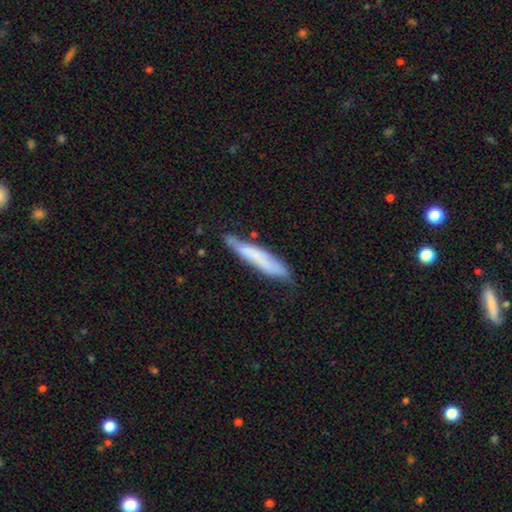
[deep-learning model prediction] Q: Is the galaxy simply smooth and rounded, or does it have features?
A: smooth — 63%.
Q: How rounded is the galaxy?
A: cigar-shaped — 89%.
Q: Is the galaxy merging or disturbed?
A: none — 64%.